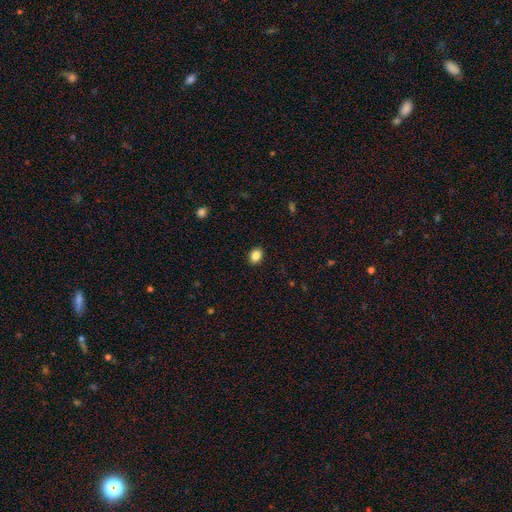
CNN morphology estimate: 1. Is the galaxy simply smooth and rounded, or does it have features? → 86% smooth, 10% star or artifact, 4% featured or disk.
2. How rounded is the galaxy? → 65% in between, 34% round, 1% cigar-shaped.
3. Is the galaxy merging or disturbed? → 90% none, 7% minor disturbance, 2% major disturbance, 1% merger.